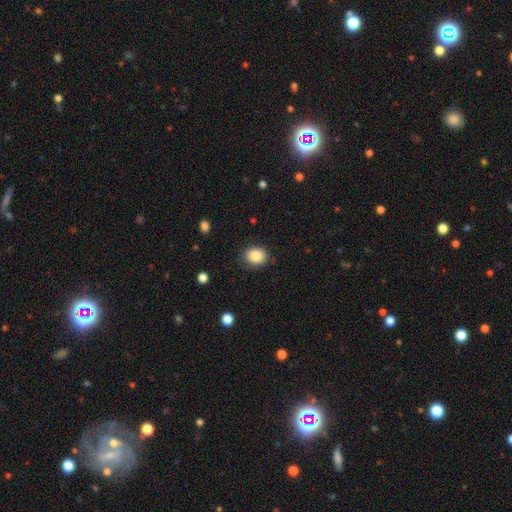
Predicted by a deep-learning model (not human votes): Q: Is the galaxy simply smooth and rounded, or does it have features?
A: smooth — 86%.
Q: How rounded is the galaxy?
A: round — 61%.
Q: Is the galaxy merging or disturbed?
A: none — 84%.